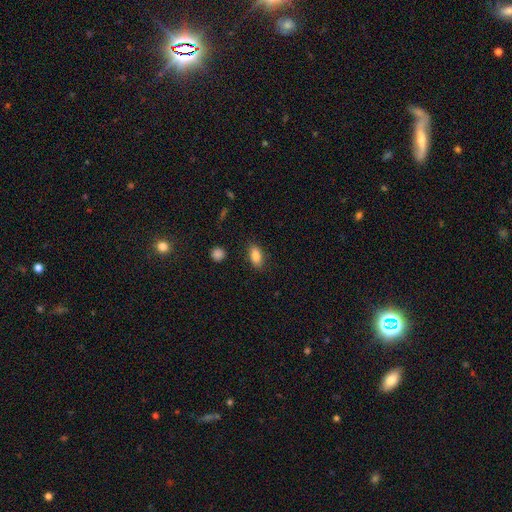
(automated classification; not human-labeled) Smooth or featured: smooth — 84% (featured or disk — 8%)
How rounded: in between — 88% (round — 6%)
Merging: none — 86% (minor disturbance — 10%)